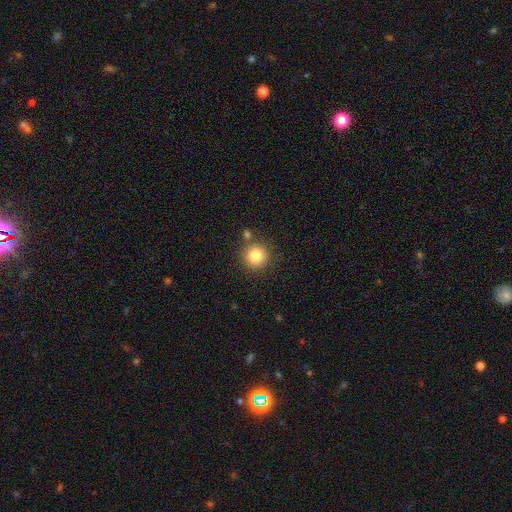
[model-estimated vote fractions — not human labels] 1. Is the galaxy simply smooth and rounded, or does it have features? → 83% smooth, 11% star or artifact, 6% featured or disk.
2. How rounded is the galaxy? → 94% round, 5% in between, 1% cigar-shaped.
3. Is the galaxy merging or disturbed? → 80% none, 9% minor disturbance, 8% merger, 3% major disturbance.